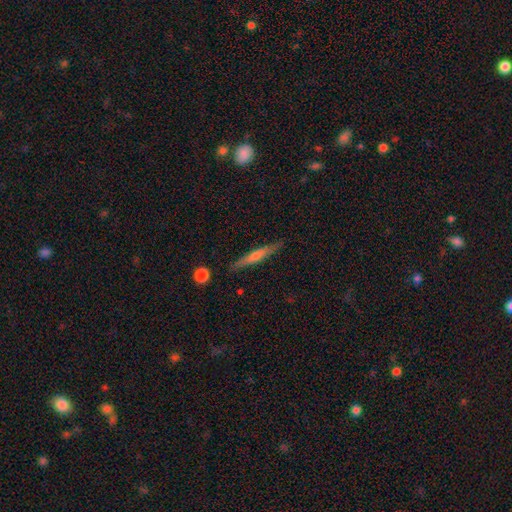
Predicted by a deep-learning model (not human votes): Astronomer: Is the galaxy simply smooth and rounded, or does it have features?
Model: featured or disk — 62%.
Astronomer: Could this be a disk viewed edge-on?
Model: yes — 97%.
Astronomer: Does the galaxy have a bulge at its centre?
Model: rounded — 61%.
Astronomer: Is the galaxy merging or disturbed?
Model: none — 90%.